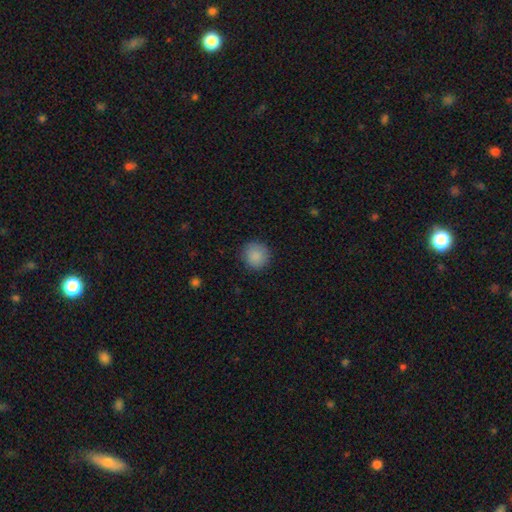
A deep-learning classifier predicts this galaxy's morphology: Smooth or featured?
  - smooth: 88% *
  - star or artifact: 9%
  - featured or disk: 4%
How rounded?
  - round: 92% *
  - in between: 7%
  - cigar-shaped: 1%
Merging?
  - none: 88% *
  - minor disturbance: 8%
  - major disturbance: 2%
  - merger: 1%